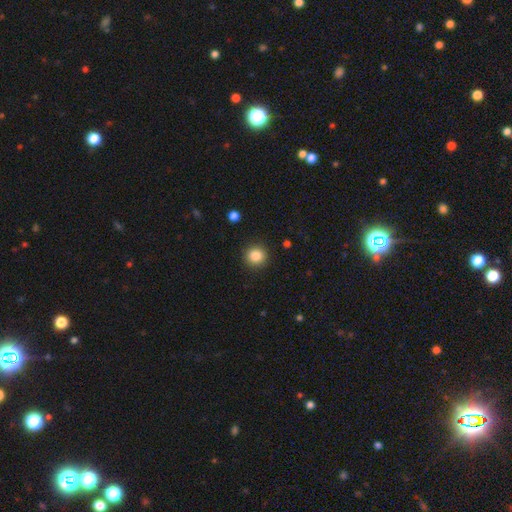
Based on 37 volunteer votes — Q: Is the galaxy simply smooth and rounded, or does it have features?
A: smooth — 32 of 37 (86%).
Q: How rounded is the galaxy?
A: round — 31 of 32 (97%).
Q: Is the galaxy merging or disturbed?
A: none — 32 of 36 (89%).